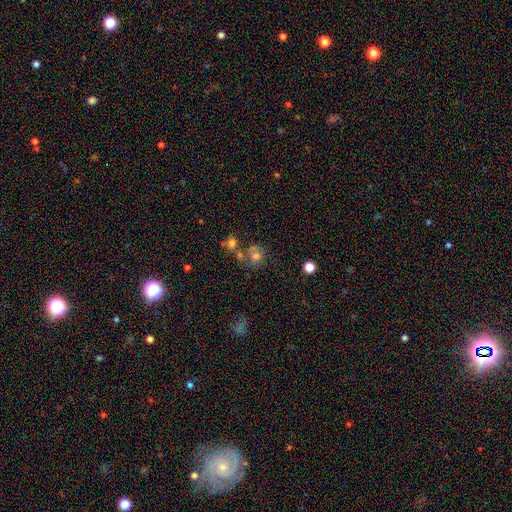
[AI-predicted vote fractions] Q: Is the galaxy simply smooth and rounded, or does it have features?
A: smooth — 67%.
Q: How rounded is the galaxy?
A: round — 79%.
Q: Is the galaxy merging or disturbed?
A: none — 52%.